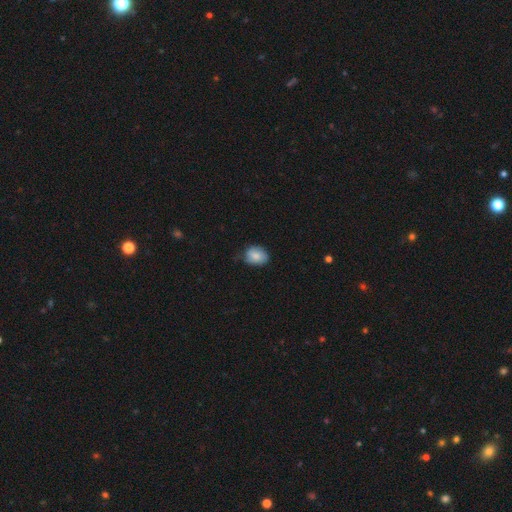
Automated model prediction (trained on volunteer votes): smooth 82%, featured or disk 11%, star or artifact 8%. Down the decision tree: how rounded — in between (58%); merging — none (62%).